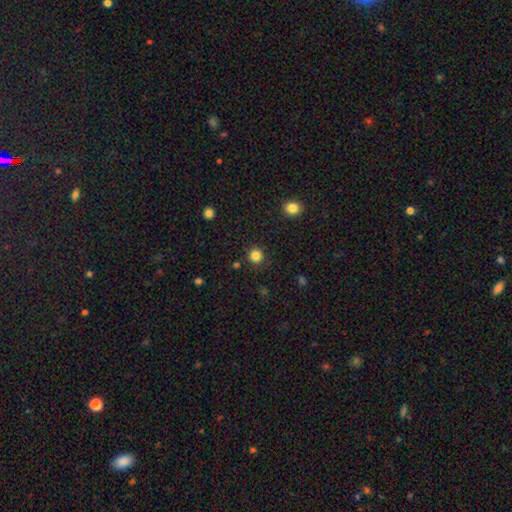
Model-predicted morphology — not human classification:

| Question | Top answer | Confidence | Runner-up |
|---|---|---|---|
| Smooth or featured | smooth | 83% | star or artifact (13%) |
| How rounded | round | 94% | in between (5%) |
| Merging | none | 90% | minor disturbance (6%) |